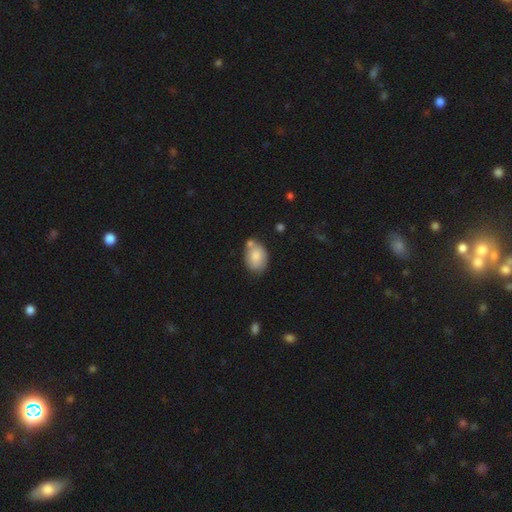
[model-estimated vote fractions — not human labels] This appears to be a smooth galaxy with no disk features (79%) that is in between round and cigar-shaped (81%). Merging: none (54%).